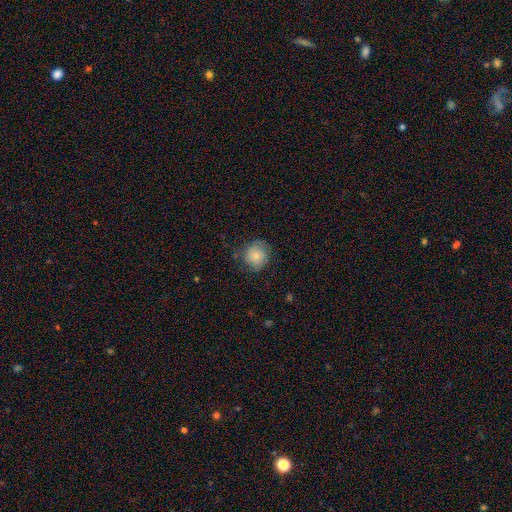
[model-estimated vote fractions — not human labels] The model was most divided on "merging": none: 72%, minor disturbance: 21%, major disturbance: 6%, merger: 1%. More confident: how rounded — round (87%); smooth or featured — smooth (75%).